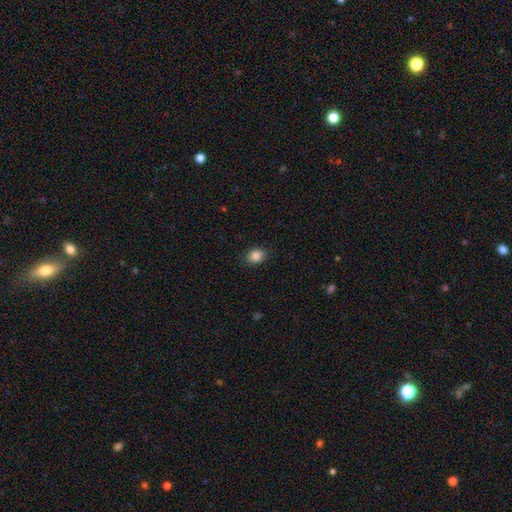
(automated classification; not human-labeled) Smooth or featured: smooth — 86% (star or artifact — 9%)
How rounded: in between — 52% (round — 47%)
Merging: none — 83% (minor disturbance — 14%)